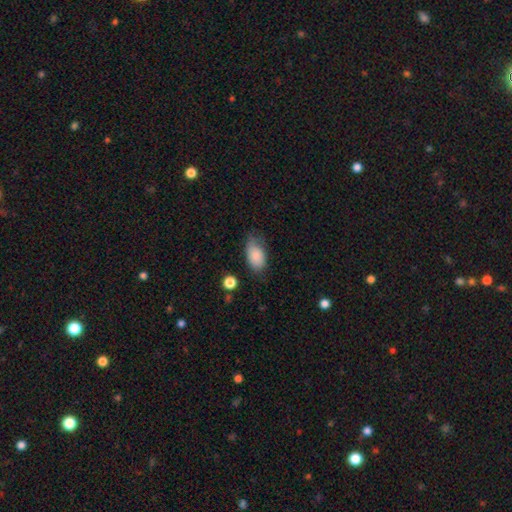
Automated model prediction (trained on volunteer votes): Smooth or featured: smooth — 84% (featured or disk — 8%)
How rounded: in between — 92% (round — 5%)
Merging: none — 58% (minor disturbance — 31%)